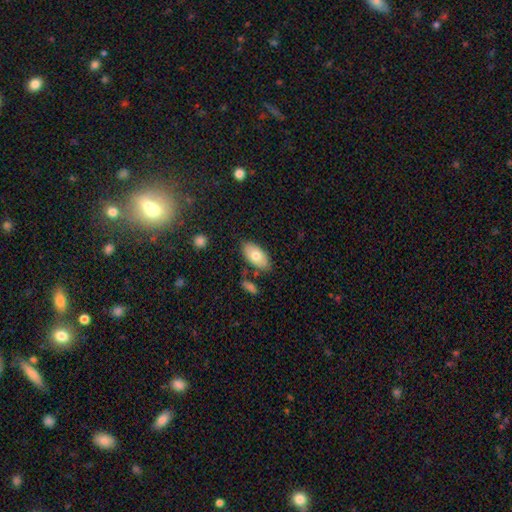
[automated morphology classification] Smooth or featured?
  - smooth: 76% *
  - featured or disk: 18%
  - star or artifact: 6%
How rounded?
  - in between: 94% *
  - cigar-shaped: 3%
  - round: 3%
Merging?
  - none: 78% *
  - minor disturbance: 14%
  - merger: 5%
  - major disturbance: 3%